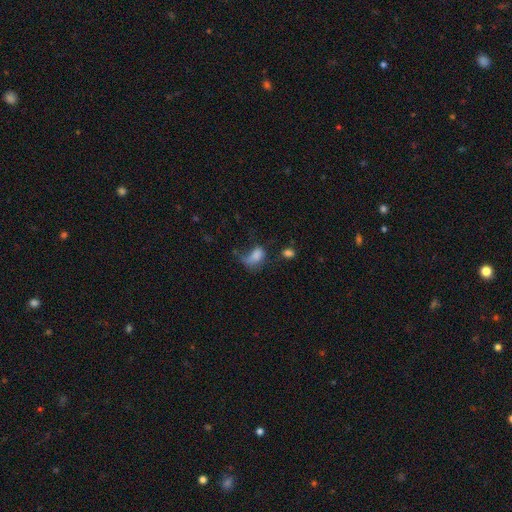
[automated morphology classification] This is likely a smooth galaxy (70%). How rounded: clearly in between (85%). Merging: possibly major disturbance (50%).